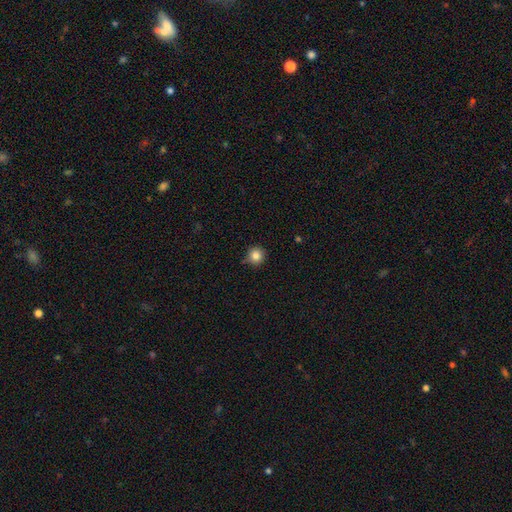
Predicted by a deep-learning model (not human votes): This appears to be a smooth galaxy with no disk features (83%) that is round (94%). Merging: none (86%).